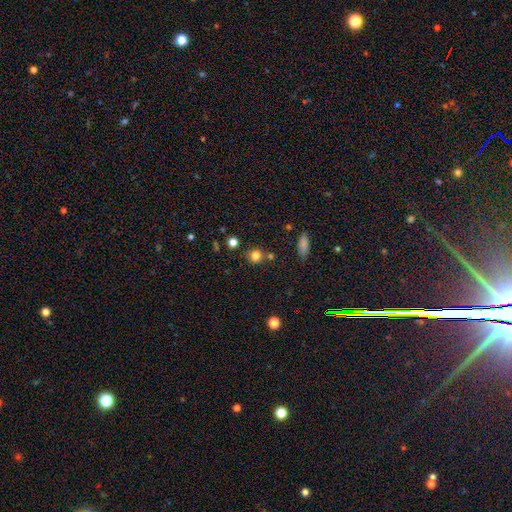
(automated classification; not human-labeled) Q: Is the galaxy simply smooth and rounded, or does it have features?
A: smooth — 80%.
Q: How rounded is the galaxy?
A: round — 86%.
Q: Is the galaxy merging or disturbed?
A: none — 77%.